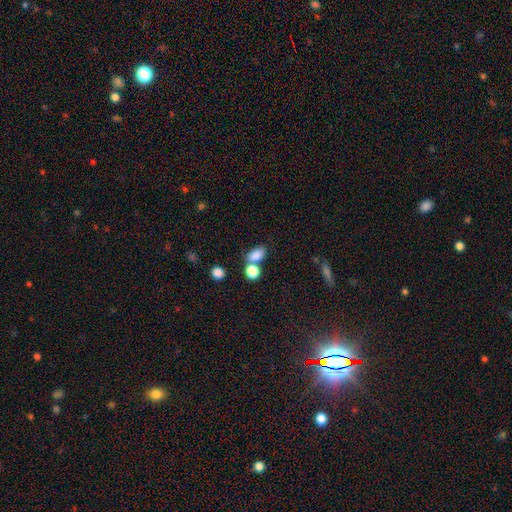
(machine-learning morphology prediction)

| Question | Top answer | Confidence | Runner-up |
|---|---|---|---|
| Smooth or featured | smooth | 82% | star or artifact (11%) |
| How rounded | in between | 81% | round (17%) |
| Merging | none | 51% | merger (33%) |